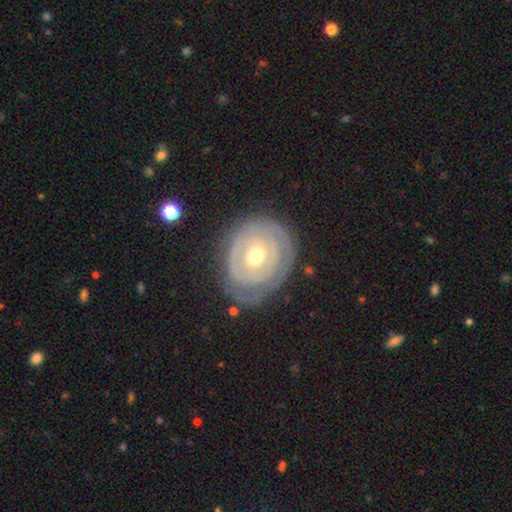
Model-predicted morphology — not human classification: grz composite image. It shows a featured or disk galaxy (72%) with no bar (76%), spiral arms (60%) and a moderate central bulge (60%). Merging: none (65%).